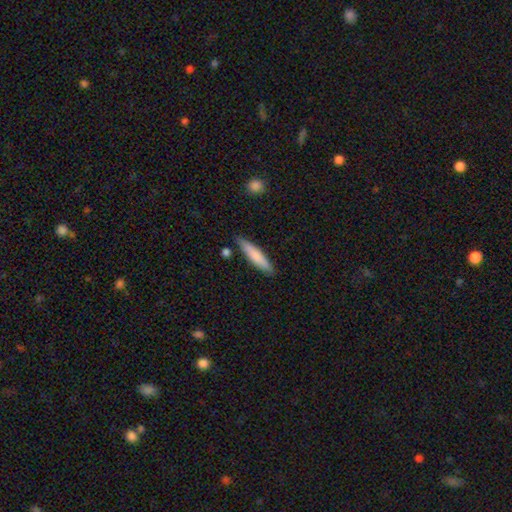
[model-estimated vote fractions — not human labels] smooth 77%, featured or disk 17%, star or artifact 6%. Down the decision tree: how rounded — cigar-shaped (86%); merging — none (85%).